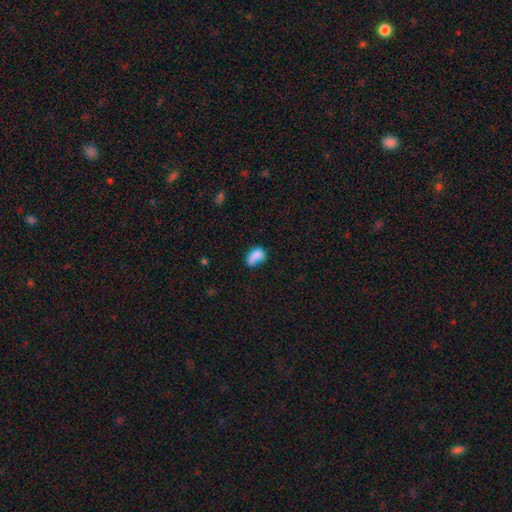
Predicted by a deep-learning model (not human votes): The model was most divided on "merging": none: 34%, minor disturbance: 27%, major disturbance: 23%, merger: 16%. More confident: how rounded — in between (84%); smooth or featured — smooth (75%).